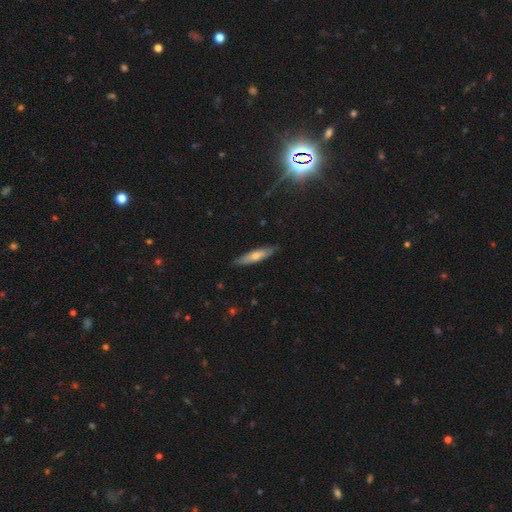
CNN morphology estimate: A smooth galaxy with no disk features (58%) that is cigar-shaped (81%). Merging: none (87%).